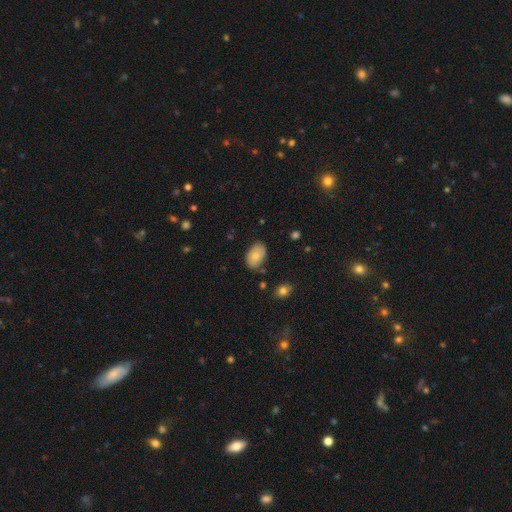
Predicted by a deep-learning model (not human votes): Morphology: type=smooth (75%); roundness=in between (89%); merging=none (78%).